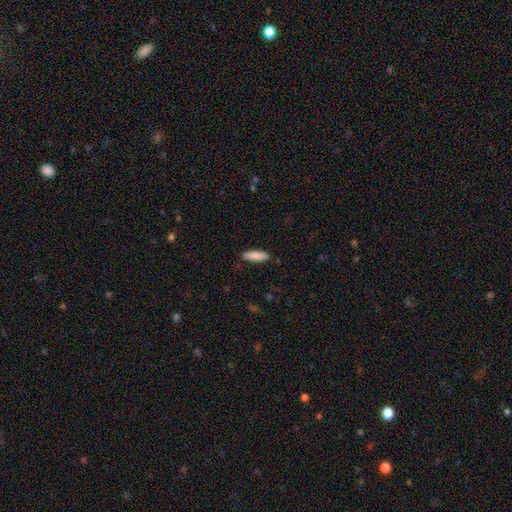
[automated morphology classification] Smooth or featured: smooth — 88% (featured or disk — 7%)
How rounded: cigar-shaped — 53% (in between — 45%)
Merging: none — 88% (minor disturbance — 9%)